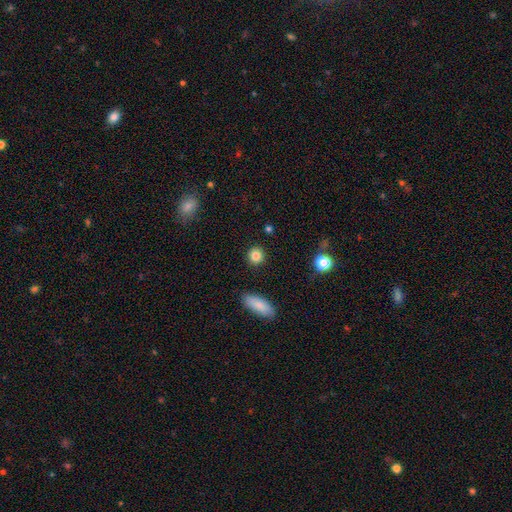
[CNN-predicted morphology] type=smooth (85%); roundness=round (87%); merging=none (90%).